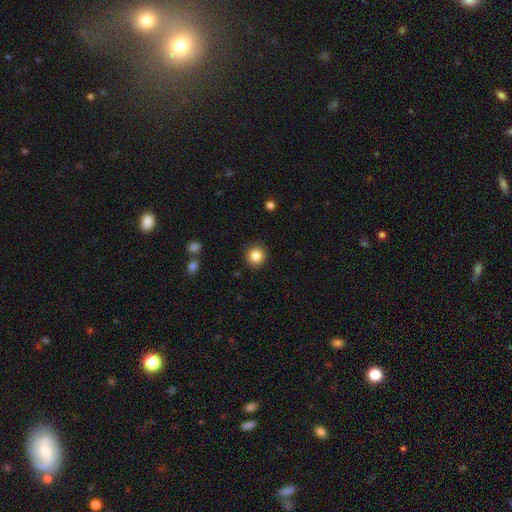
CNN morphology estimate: smooth_or_featured: smooth (p=0.85) [alt: star or artifact p=0.10]
how_rounded: round (p=0.94) [alt: in between p=0.05]
merging: none (p=0.91) [alt: minor disturbance p=0.06]